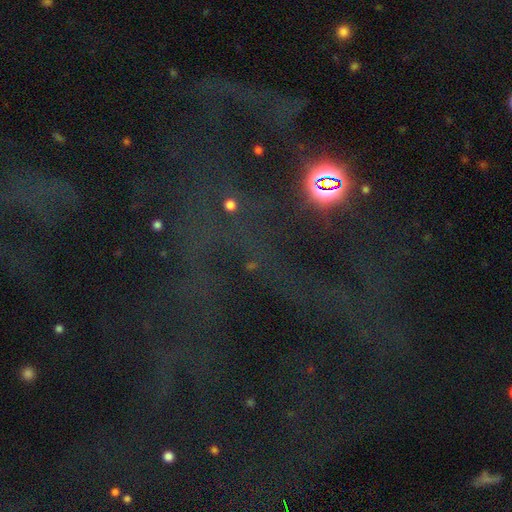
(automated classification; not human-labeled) Smooth or featured? star or artifact (76%)